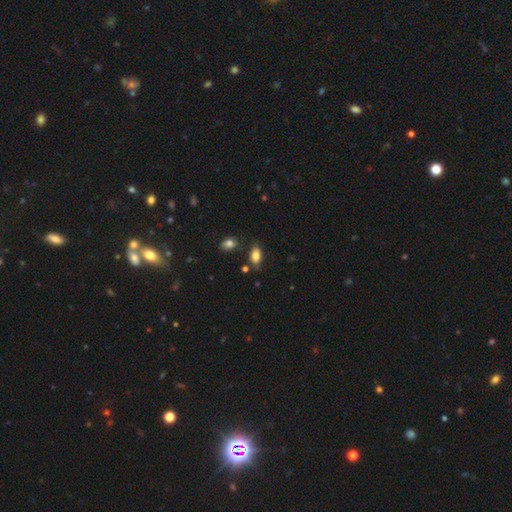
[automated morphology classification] This appears to be a smooth galaxy with no disk features (82%) that is in between round and cigar-shaped (89%). Merging: none (74%).